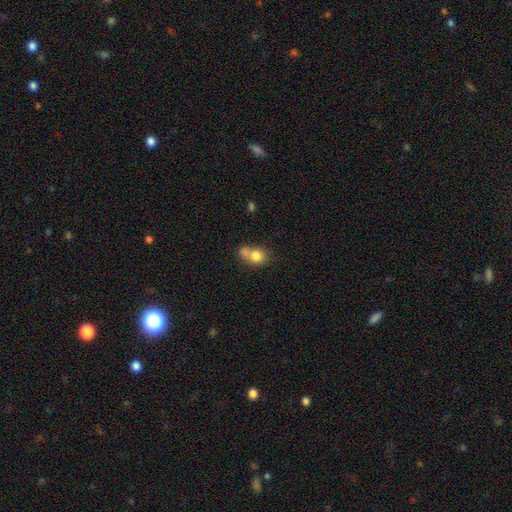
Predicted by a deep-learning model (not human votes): smooth_or_featured: smooth (p=0.77) [alt: featured or disk p=0.13]
how_rounded: round (p=0.62) [alt: in between p=0.37]
merging: merger (p=0.50) [alt: none p=0.31]